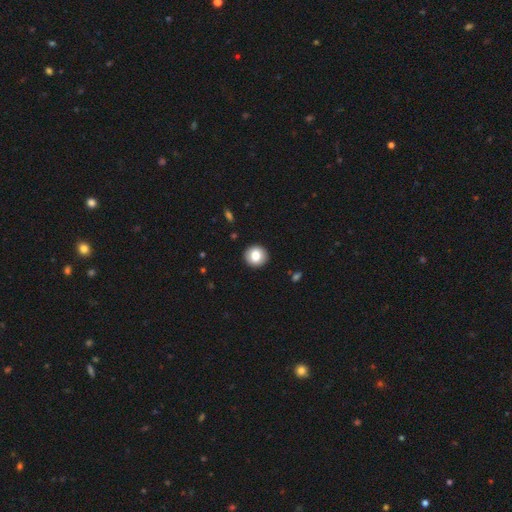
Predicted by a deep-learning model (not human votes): smooth 81%, featured or disk 11%, star or artifact 8%. Down the decision tree: how rounded — round (92%); merging — none (92%).